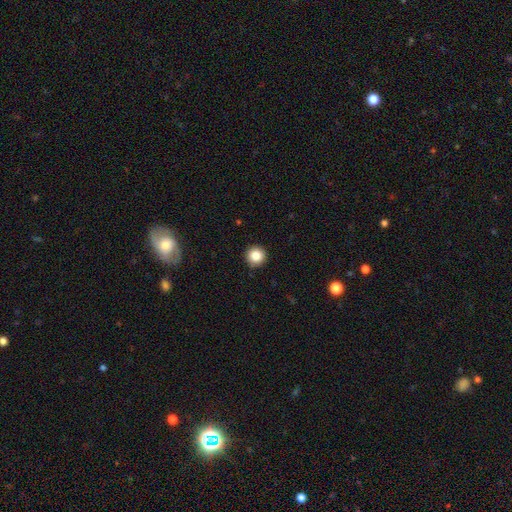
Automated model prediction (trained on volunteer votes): Morphology: type=smooth (86%); roundness=round (96%); merging=none (91%).